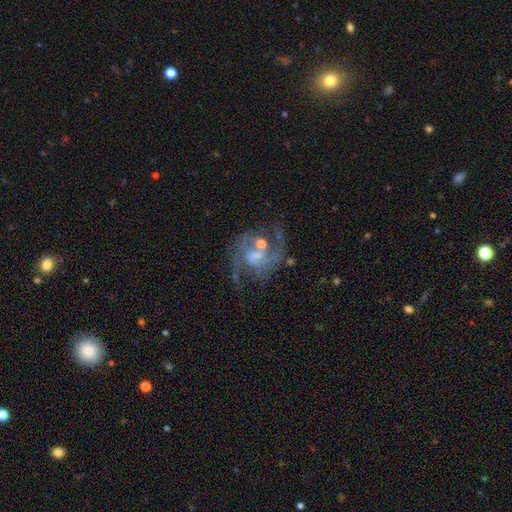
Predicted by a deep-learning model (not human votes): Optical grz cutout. It shows a featured or disk galaxy (83%) with a weak bar (49%), 2 (73%) medium (53%) spiral arms (92%) and a small central bulge (38%). Merging: none (54%).